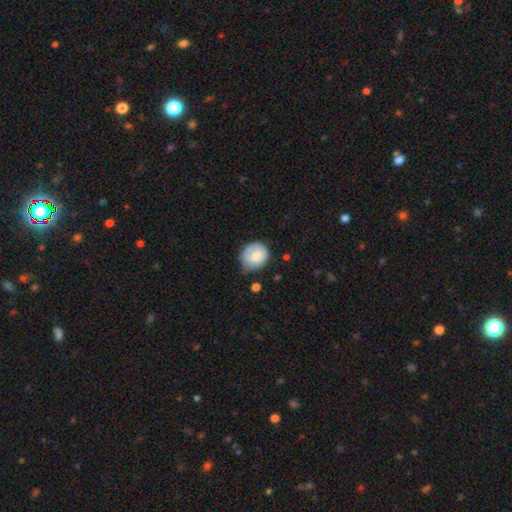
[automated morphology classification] Smooth or featured? Predicted: smooth (p=0.75). How rounded? Predicted: round (p=0.68). Merging? Predicted: none (p=0.59).